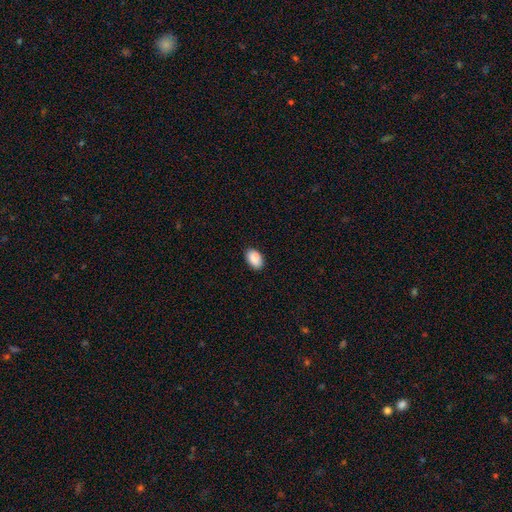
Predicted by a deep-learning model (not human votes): Morphology: type=smooth (89%); roundness=in between (89%); merging=none (85%).